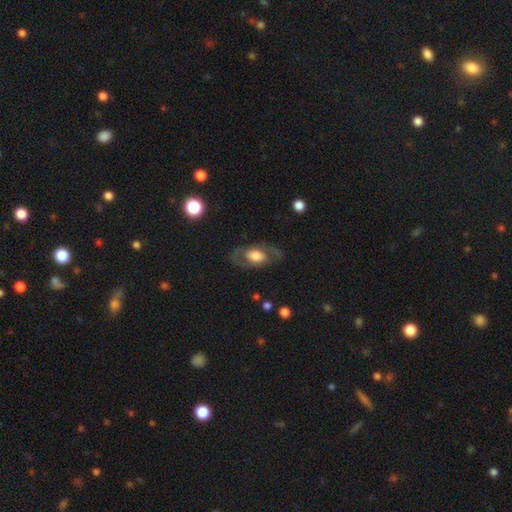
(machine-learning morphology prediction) This is possibly a featured or disk galaxy (55%). It is clearly not viewed edge-on (89%). Merging: likely none (71%).